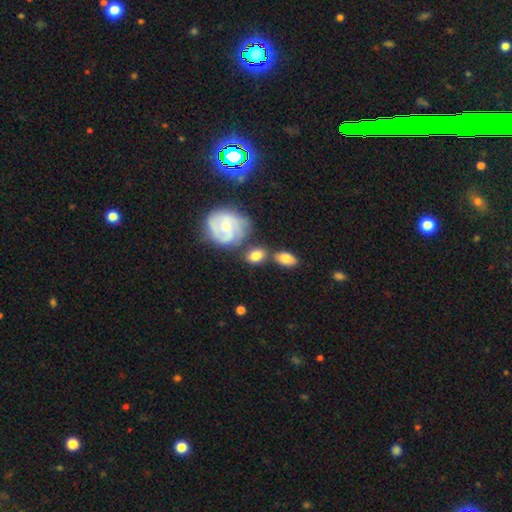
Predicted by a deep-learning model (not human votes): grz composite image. It shows a smooth galaxy with no disk features (68%) that is in between round and cigar-shaped (72%). Merging: none (59%).